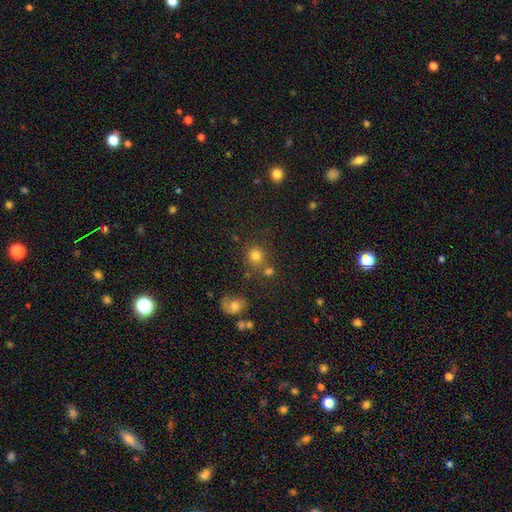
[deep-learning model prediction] smooth 78%, star or artifact 14%, featured or disk 7%. Down the decision tree: how rounded — round (84%); merging — none (68%).